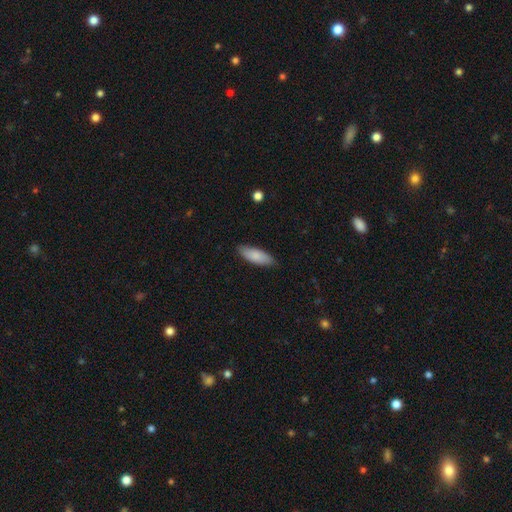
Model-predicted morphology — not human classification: type=smooth (85%); roundness=in between (69%); merging=none (84%).